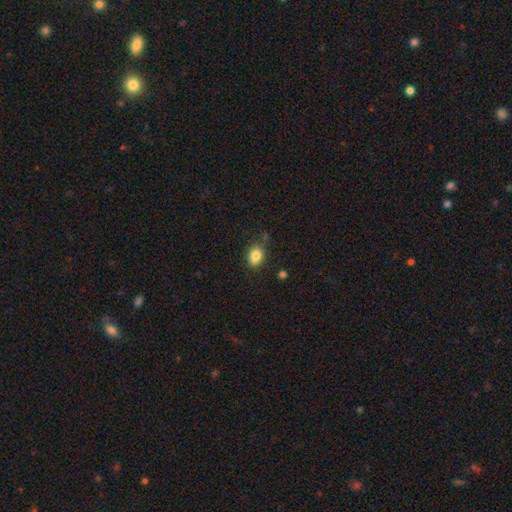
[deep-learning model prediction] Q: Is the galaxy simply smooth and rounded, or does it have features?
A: smooth — 84%.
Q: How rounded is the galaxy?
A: in between — 63%.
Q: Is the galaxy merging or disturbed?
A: none — 75%.